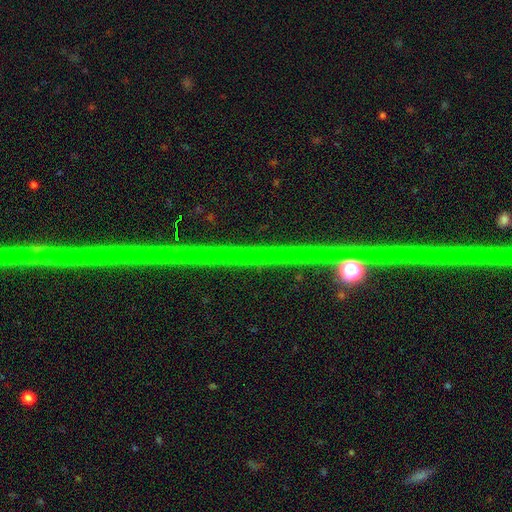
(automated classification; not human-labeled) Overall: star or artifact (84%).